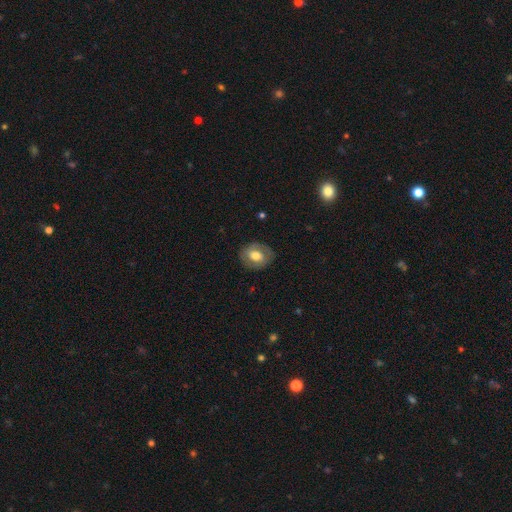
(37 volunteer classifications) A smooth galaxy with no disk features (59%) that is round (73%).

Vote fractions:
- Smooth or featured? smooth: 59% / featured or disk: 35% / star or artifact: 5%
- How rounded? round: 73% / in between: 27% / cigar-shaped: 0%
- Merging? none: 89% / minor disturbance: 11% / major disturbance: 0% / merger: 0%